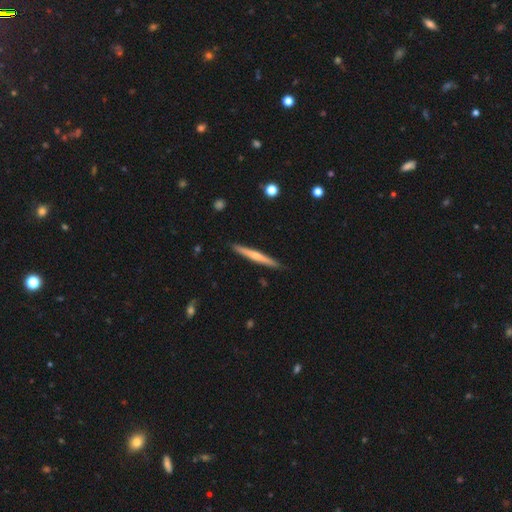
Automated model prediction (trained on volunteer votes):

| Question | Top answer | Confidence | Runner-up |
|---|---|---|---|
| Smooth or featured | featured or disk | 49% | smooth (46%) |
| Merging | none | 90% | minor disturbance (7%) |